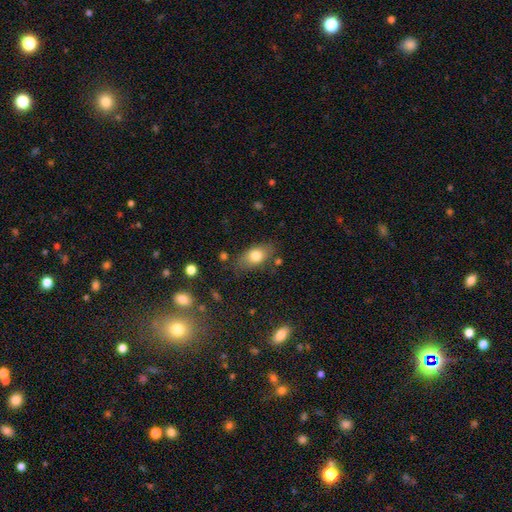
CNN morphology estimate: smooth 77%, featured or disk 14%, star or artifact 8%. Down the decision tree: how rounded — in between (84%); merging — none (72%).